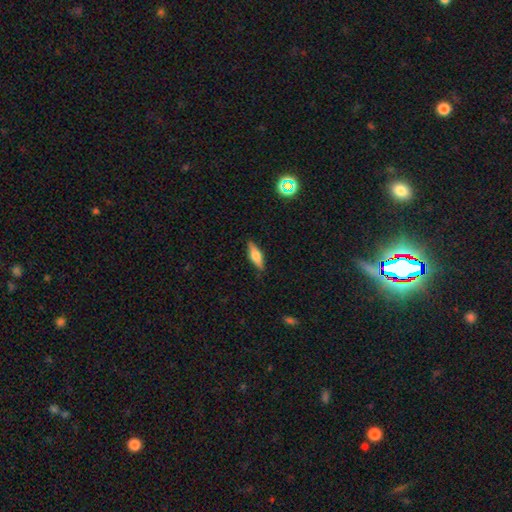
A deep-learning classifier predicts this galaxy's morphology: smooth-or-featured: smooth: 54% | featured or disk: 38% | star or artifact: 8%
  how-rounded: cigar-shaped: 52% | in between: 45% | round: 3%
  merging: none: 87% | minor disturbance: 10% | major disturbance: 2% | merger: 1%